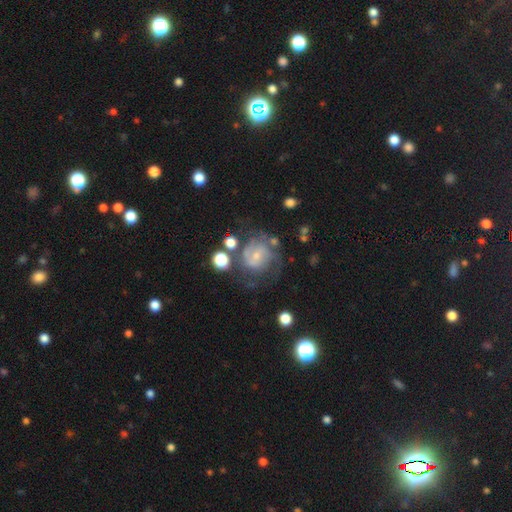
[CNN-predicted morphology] Overall: featured or disk (71%). Edge-on disk: no (98%). Bar: no (50%; weak 40%). Spiral arms: yes (86%). Spiral arm count: can't tell (37%, tied with 2). Spiral winding: tight (46%; medium 40%). Bulge size: small (68%). Merging: none (51%; minor disturbance 21%).